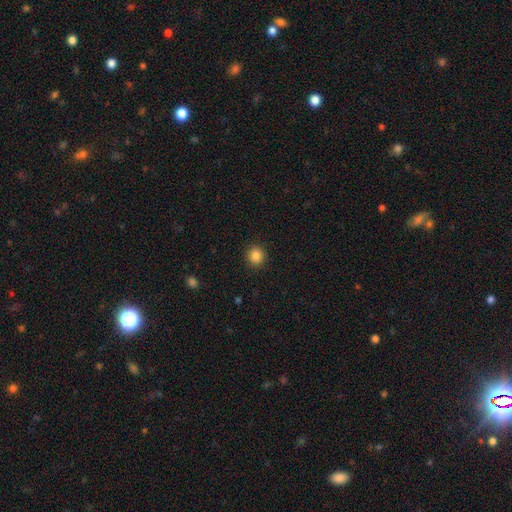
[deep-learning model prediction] This appears to be a smooth galaxy with no disk features (85%) that is round (91%). Merging: none (91%).